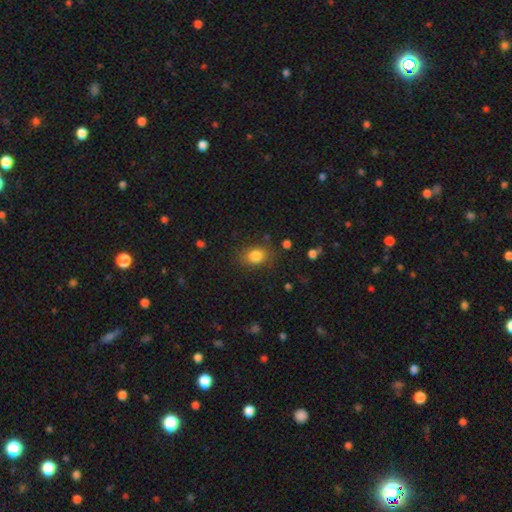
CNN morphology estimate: This is clearly a smooth galaxy (83%). How rounded: possibly in between (54%). Merging: likely none (79%).